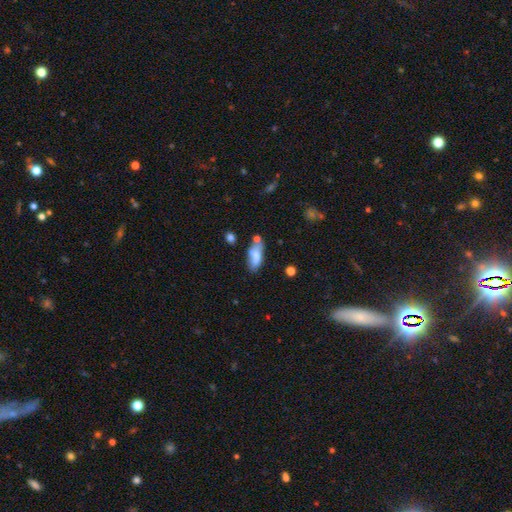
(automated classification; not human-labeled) A smooth galaxy with no disk features (70%) that is in between round and cigar-shaped (79%). Merging: none (52%).